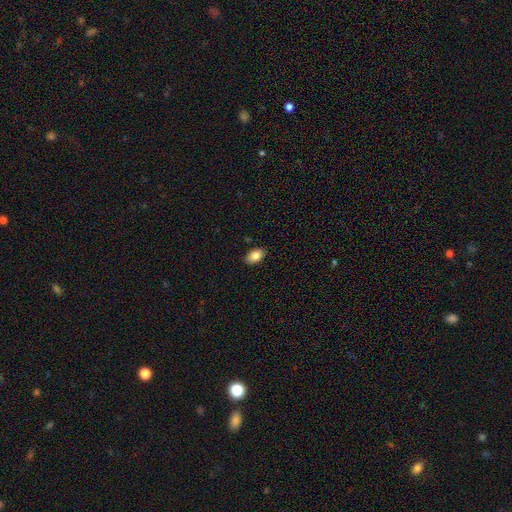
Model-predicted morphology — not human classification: This is clearly a smooth galaxy (84%). How rounded: clearly in between (91%). Merging: clearly none (88%).